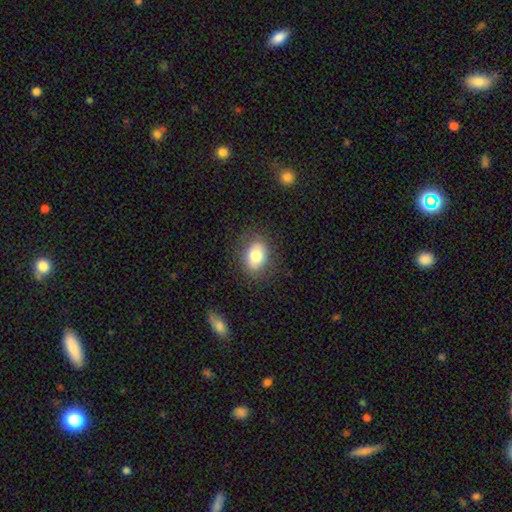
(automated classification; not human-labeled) This is likely a smooth galaxy (77%). How rounded: likely in between (70%). Merging: clearly none (82%).